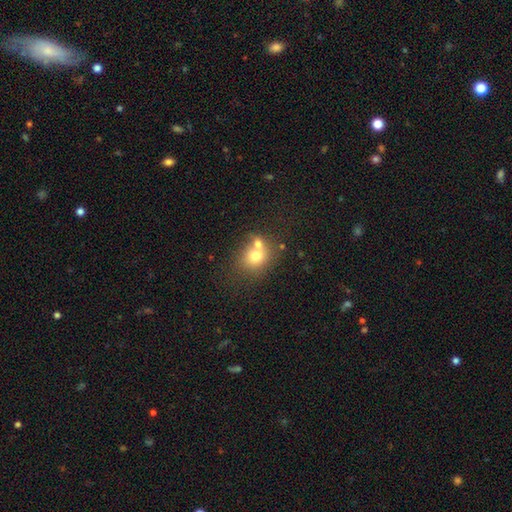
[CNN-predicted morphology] Smooth or featured? smooth (72%)
How rounded? round (69%)
Merging? merger (50%)